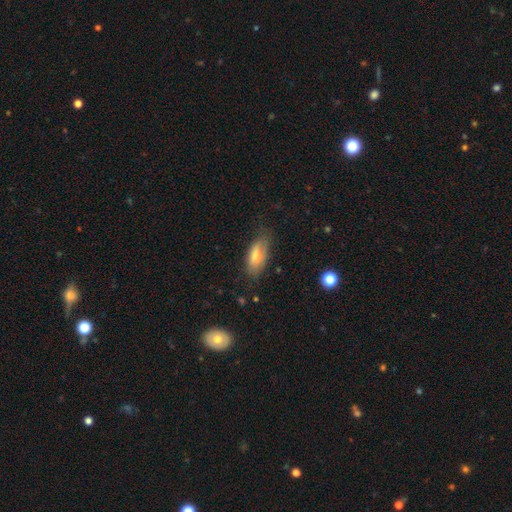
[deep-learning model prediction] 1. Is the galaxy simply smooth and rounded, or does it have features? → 70% smooth, 22% featured or disk, 8% star or artifact.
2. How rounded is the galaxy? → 83% in between, 14% cigar-shaped, 3% round.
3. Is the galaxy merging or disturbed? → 62% none, 29% minor disturbance, 8% major disturbance, 2% merger.